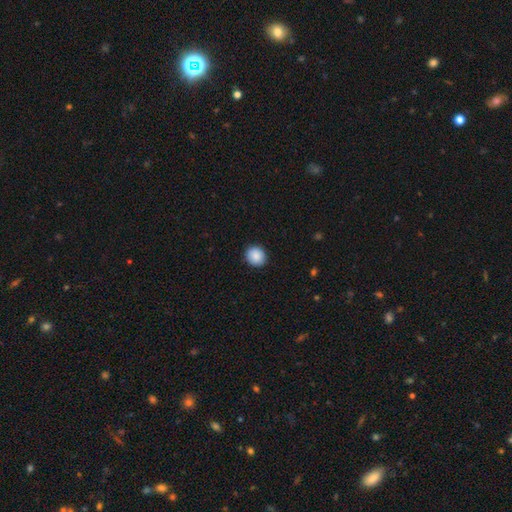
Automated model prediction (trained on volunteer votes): Overall: smooth (89%). How rounded: round (81%). Merging: none (91%).